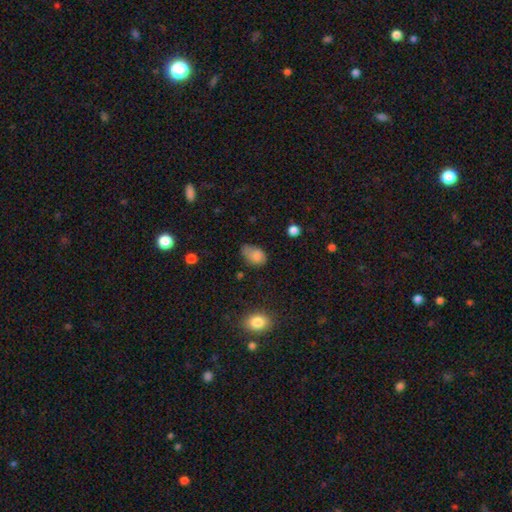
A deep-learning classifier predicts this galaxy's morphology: A smooth galaxy with no disk features (80%) that is in between round and cigar-shaped (82%). Merging: minor disturbance (40%, tied with none).